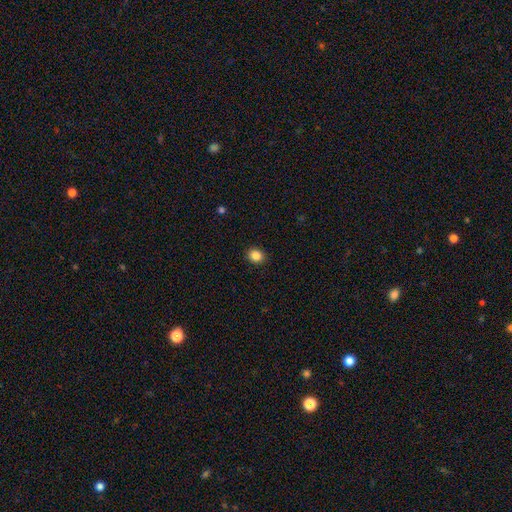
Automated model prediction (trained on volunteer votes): Smooth or featured: smooth — 86% (star or artifact — 10%)
How rounded: round — 71% (in between — 28%)
Merging: none — 91% (minor disturbance — 6%)